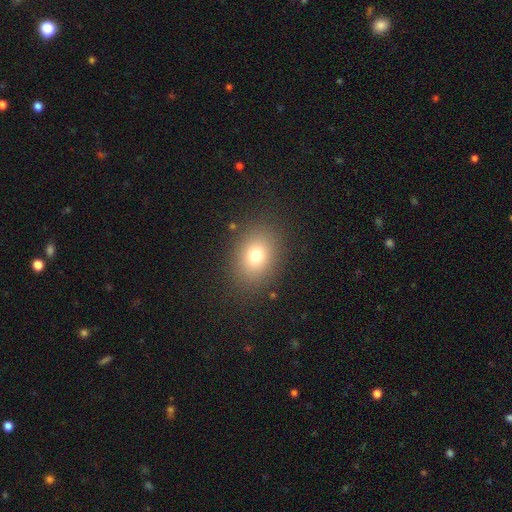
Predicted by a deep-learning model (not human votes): Q: Smooth or featured?
A: smooth (75%); runner-up: star or artifact (14%)
Q: How rounded?
A: in between (61%); runner-up: round (38%)
Q: Merging?
A: none (85%); runner-up: minor disturbance (9%)